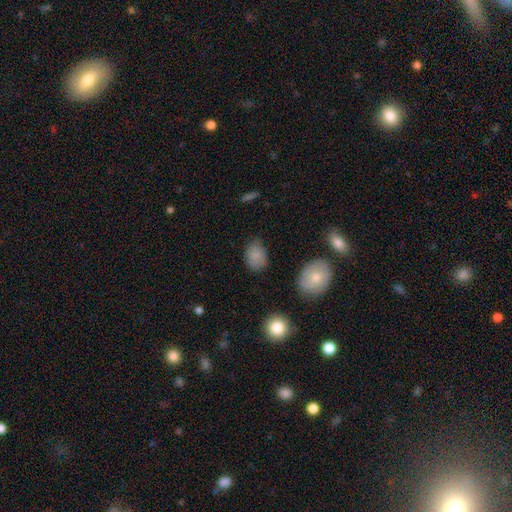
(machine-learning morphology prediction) Smooth or featured? Predicted: smooth (p=0.85). How rounded? Predicted: in between (p=0.78). Merging? Predicted: none (p=0.78).